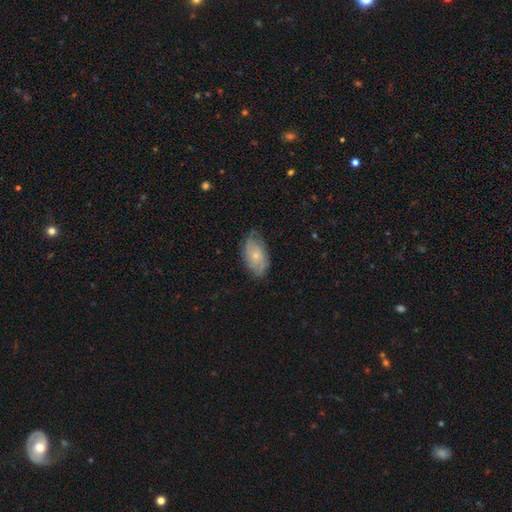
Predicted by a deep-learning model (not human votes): A featured or disk galaxy (54%) with no bar (79%), spiral arms (80%) and a small central bulge (70%).

Vote fractions:
- Smooth or featured? featured or disk: 54% / smooth: 39% / star or artifact: 7%
- Edge-on disk? no: 94% / yes: 6%
- Bar? no: 79% / weak: 18% / strong: 3%
- Spiral arms? yes: 80% / no: 20%
- Bulge size? small: 70% / moderate: 24% / none: 3% / large: 2% / dominant: 1%
- Merging? none: 67% / minor disturbance: 24% / major disturbance: 7% / merger: 1%